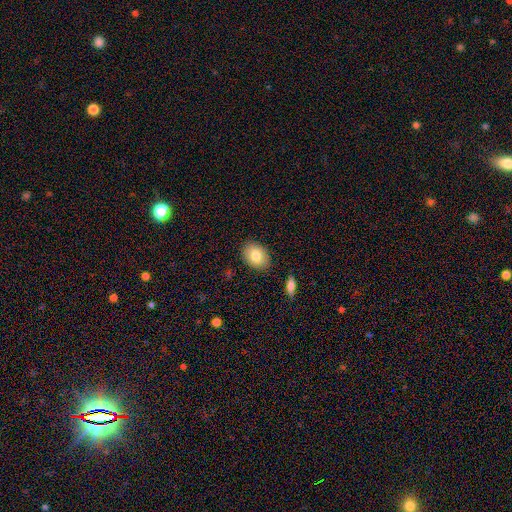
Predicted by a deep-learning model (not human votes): Overall: smooth (81%). How rounded: in between (76%). Merging: none (87%).